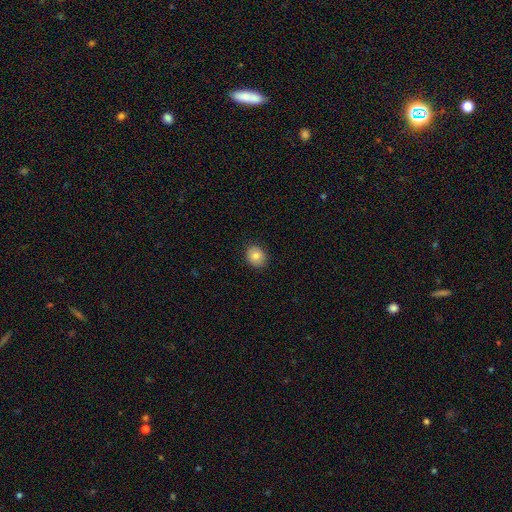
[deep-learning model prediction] smooth 82%, featured or disk 9%, star or artifact 9%. Down the decision tree: how rounded — round (60%); merging — none (89%).